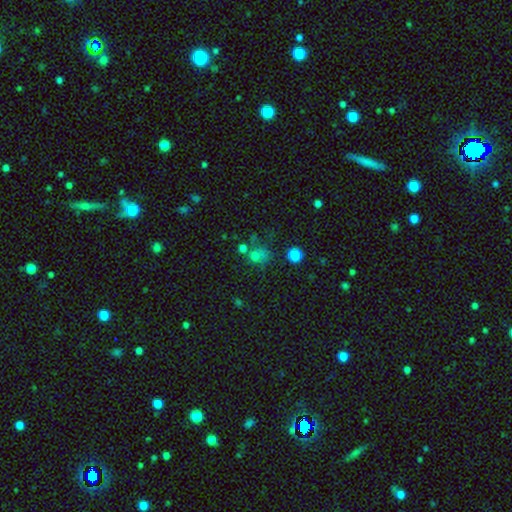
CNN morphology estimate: smooth 66%, star or artifact 21%, featured or disk 13%. Down the decision tree: how rounded — round (78%); merging — none (48%).